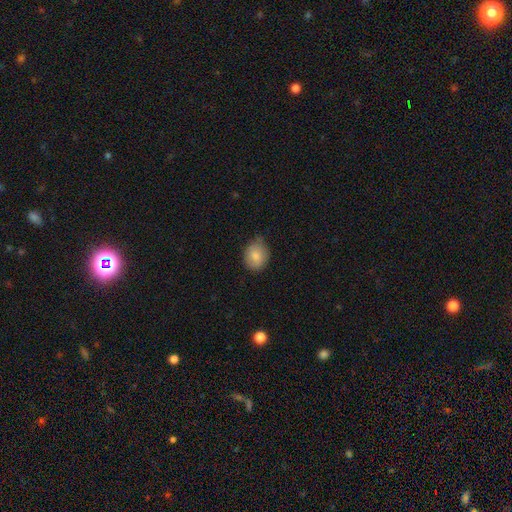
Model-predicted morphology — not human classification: smooth 83%, featured or disk 9%, star or artifact 8%. Down the decision tree: how rounded — round (52%); merging — none (63%).